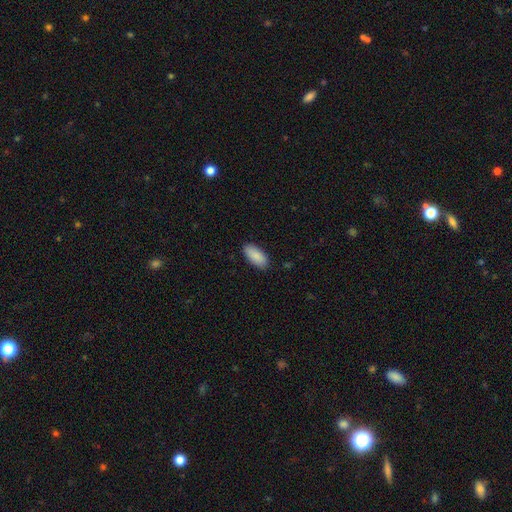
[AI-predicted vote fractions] smooth-or-featured: smooth: 90% | star or artifact: 6% | featured or disk: 4%
  how-rounded: in between: 89% | cigar-shaped: 10% | round: 2%
  merging: none: 88% | minor disturbance: 9% | major disturbance: 2% | merger: 1%